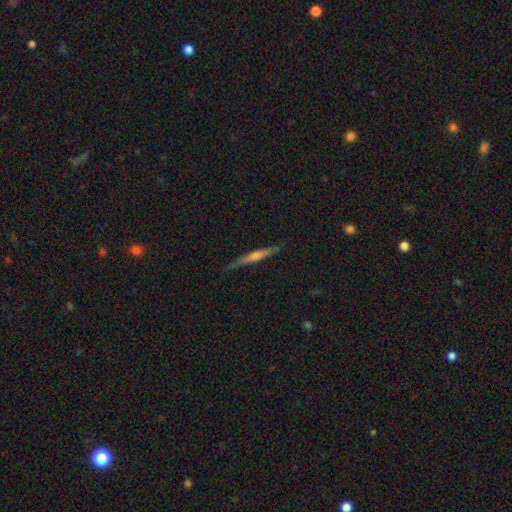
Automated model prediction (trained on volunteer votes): The model was most divided on "smooth or featured": featured or disk: 63%, smooth: 31%, star or artifact: 6%. More confident: edge-on disk — yes (97%); merging — none (87%); edge-on bulge — rounded (63%).